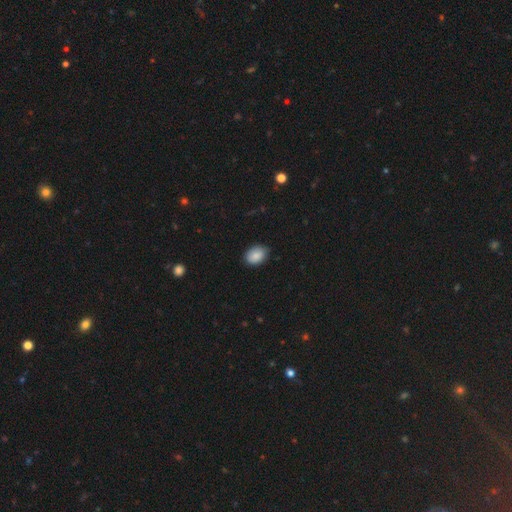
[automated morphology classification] smooth-or-featured: smooth: 87% | star or artifact: 7% | featured or disk: 5%
  how-rounded: in between: 79% | round: 20% | cigar-shaped: 1%
  merging: none: 83% | minor disturbance: 14% | major disturbance: 2% | merger: 1%